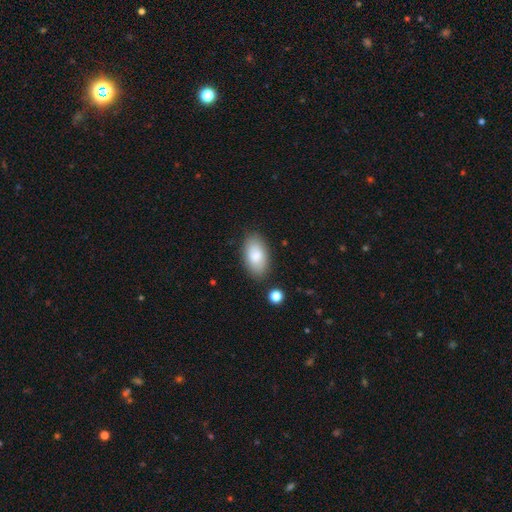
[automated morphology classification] This is clearly a smooth galaxy (84%). How rounded: clearly in between (94%). Merging: clearly none (82%).